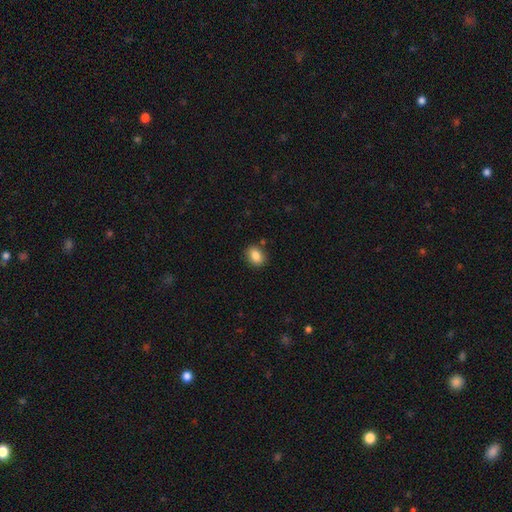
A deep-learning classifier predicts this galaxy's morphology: smooth_or_featured: smooth (p=0.86) [alt: star or artifact p=0.09]
how_rounded: in between (p=0.60) [alt: round p=0.39]
merging: none (p=0.85) [alt: minor disturbance p=0.10]